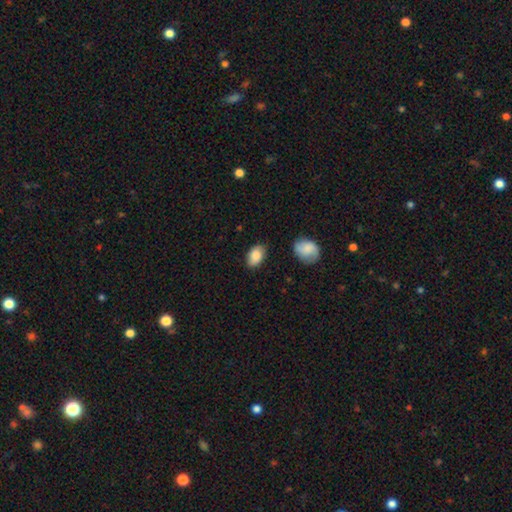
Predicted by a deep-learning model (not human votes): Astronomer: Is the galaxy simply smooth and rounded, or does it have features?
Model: smooth — 84%.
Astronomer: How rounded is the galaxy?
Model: in between — 90%.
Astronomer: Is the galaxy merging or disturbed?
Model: none — 79%.